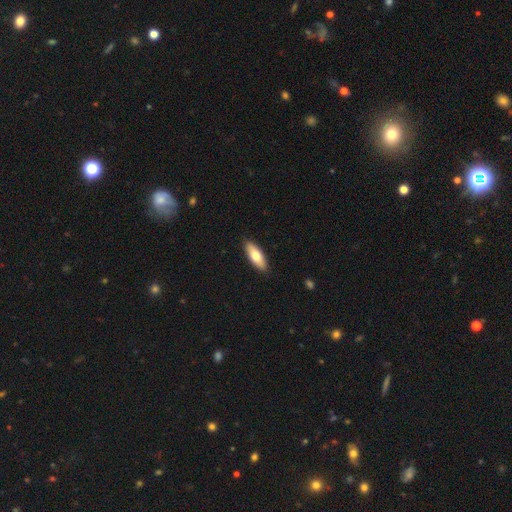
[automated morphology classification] A smooth galaxy with no disk features (73%) that is in between round and cigar-shaped (67%).

Vote fractions:
- Smooth or featured? smooth: 73% / featured or disk: 22% / star or artifact: 5%
- How rounded? in between: 67% / cigar-shaped: 31% / round: 2%
- Merging? none: 90% / minor disturbance: 8% / major disturbance: 1% / merger: 1%